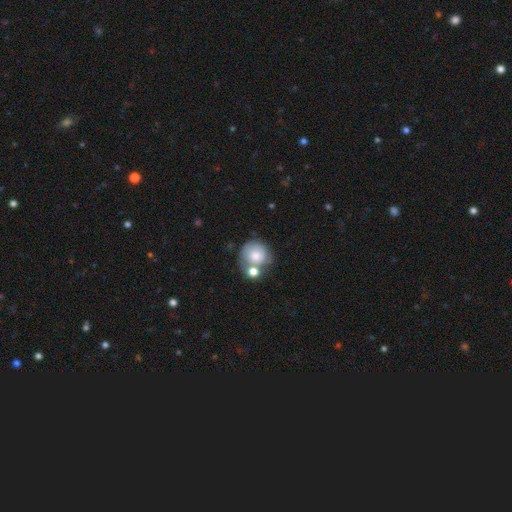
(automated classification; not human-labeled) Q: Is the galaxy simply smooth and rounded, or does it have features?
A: smooth — 71%.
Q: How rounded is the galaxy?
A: round — 85%.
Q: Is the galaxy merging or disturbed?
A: none — 39%.